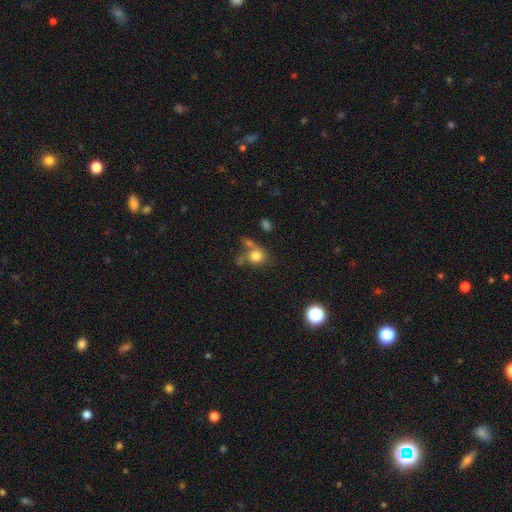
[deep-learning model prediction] Smooth or featured? Predicted: smooth (p=0.78). How rounded? Predicted: round (p=0.72). Merging? Predicted: none (p=0.45).